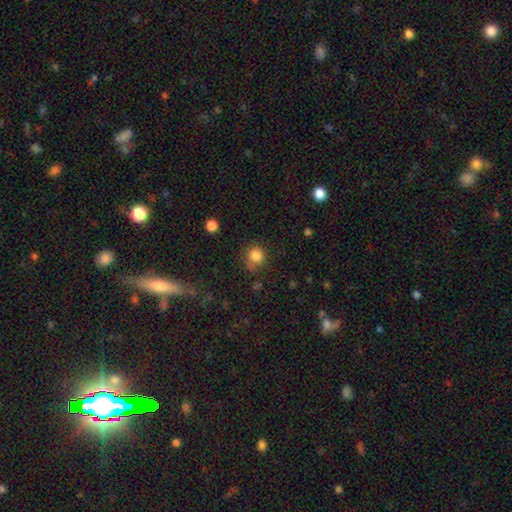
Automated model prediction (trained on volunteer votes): This appears to be a smooth galaxy with no disk features (83%) that is round (86%). Merging: none (71%).